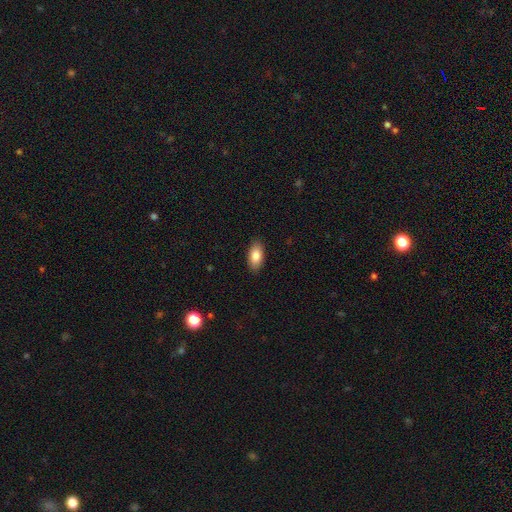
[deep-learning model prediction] Q: Smooth or featured?
A: smooth (84%); runner-up: featured or disk (9%)
Q: How rounded?
A: in between (92%); runner-up: cigar-shaped (5%)
Q: Merging?
A: none (89%); runner-up: minor disturbance (8%)